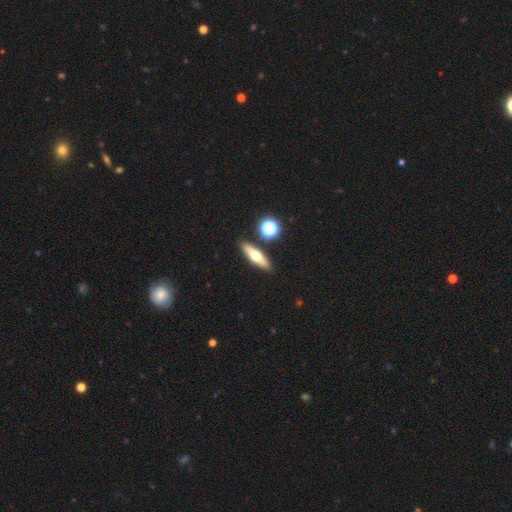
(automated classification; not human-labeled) Overall: featured or disk (47%; smooth 45%). Merging: none (86%).